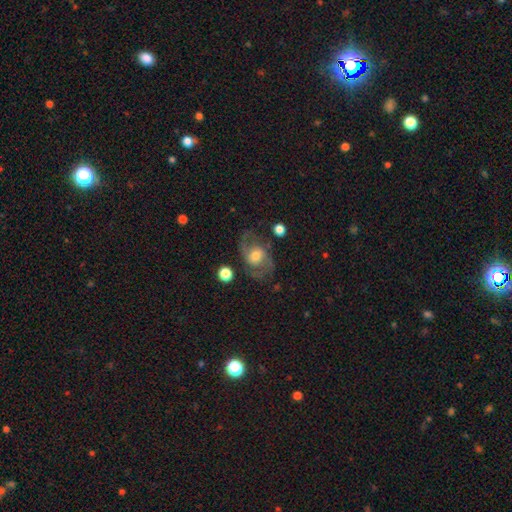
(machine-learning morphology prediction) This appears to be a featured or disk galaxy (67%) with no bar (62%), 2 (86%) medium (51%) spiral arms (82%) and a moderate central bulge (62%). Merging: none (66%).